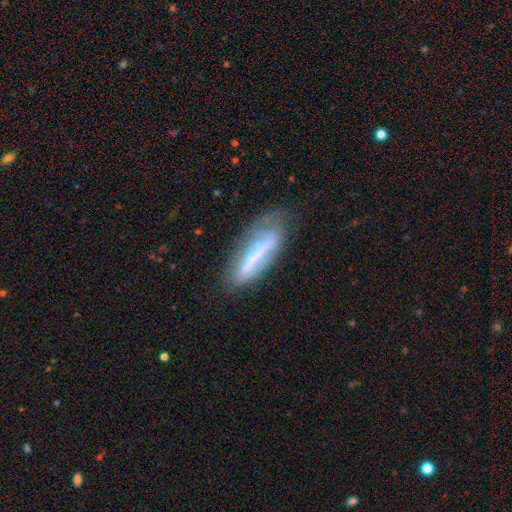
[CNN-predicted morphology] Smooth or featured: featured or disk — 58% (smooth — 33%)
Edge-on disk: no — 63% (yes — 37%)
Merging: none — 57% (minor disturbance — 27%)